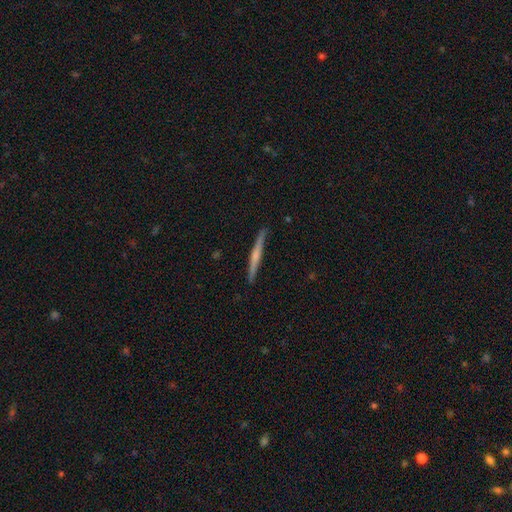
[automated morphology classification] Smooth or featured? Predicted: featured or disk (p=0.58). Edge-on disk? Predicted: yes (p=0.98). Edge-on bulge? Predicted: rounded (p=0.53). Merging? Predicted: none (p=0.91).